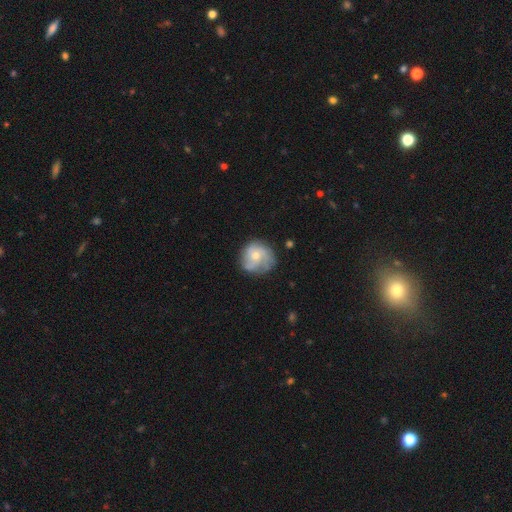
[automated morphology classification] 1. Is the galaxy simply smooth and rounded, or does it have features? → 59% featured or disk, 34% smooth, 7% star or artifact.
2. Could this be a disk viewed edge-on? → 98% no, 2% yes.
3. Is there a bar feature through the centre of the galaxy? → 78% no, 19% weak, 2% strong.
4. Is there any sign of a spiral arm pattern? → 81% yes, 19% no.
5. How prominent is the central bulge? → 49% moderate, 46% small, 2% large, 2% none, 1% dominant.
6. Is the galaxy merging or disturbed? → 68% none, 21% minor disturbance, 9% major disturbance, 2% merger.